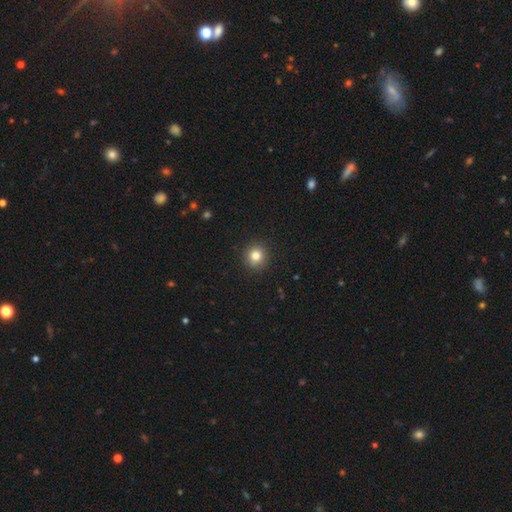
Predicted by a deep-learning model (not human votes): Q: Smooth or featured?
A: smooth (82%); runner-up: star or artifact (11%)
Q: How rounded?
A: round (92%); runner-up: in between (7%)
Q: Merging?
A: none (91%); runner-up: minor disturbance (6%)